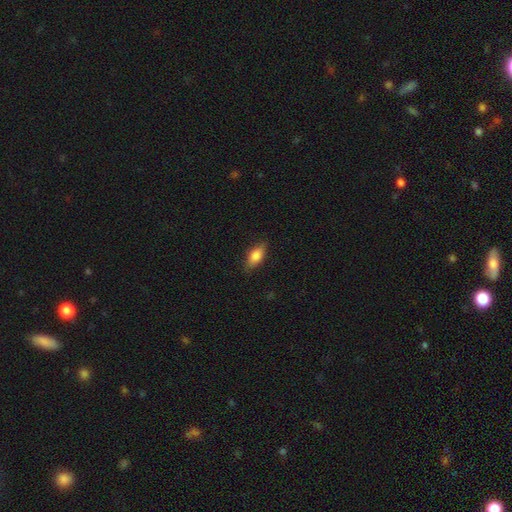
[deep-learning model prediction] A smooth galaxy with no disk features (76%) that is in between round and cigar-shaped (80%).

Vote fractions:
- Smooth or featured? smooth: 76% / featured or disk: 17% / star or artifact: 7%
- How rounded? in between: 80% / cigar-shaped: 15% / round: 4%
- Merging? none: 83% / minor disturbance: 14% / major disturbance: 3% / merger: 1%